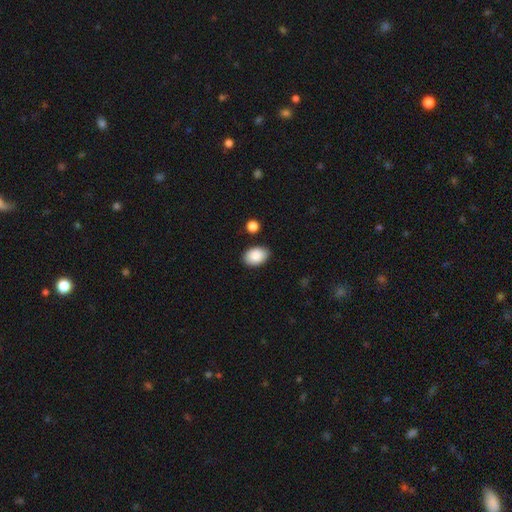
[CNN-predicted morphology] type=smooth (89%); roundness=in between (86%); merging=none (82%).